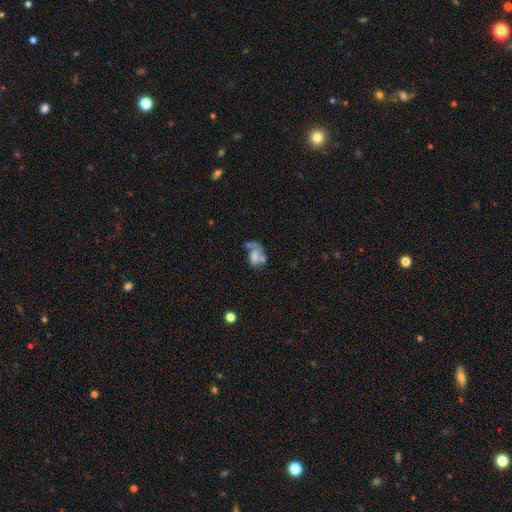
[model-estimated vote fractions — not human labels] Smooth or featured? smooth (50%)
How rounded? in between (78%)
Merging? major disturbance (33%)